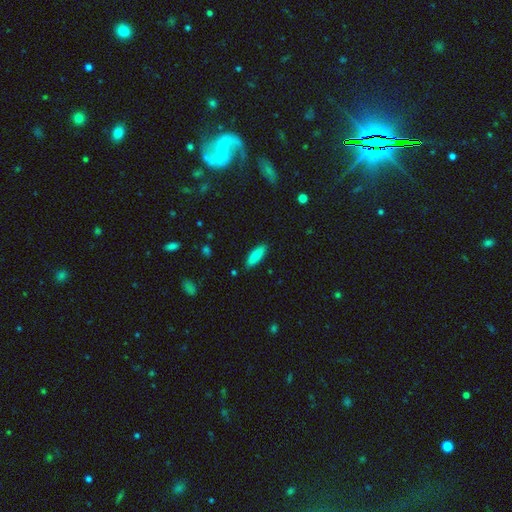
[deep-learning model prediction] This appears to be a smooth galaxy with no disk features (87%) that is cigar-shaped (50%). Merging: none (87%).